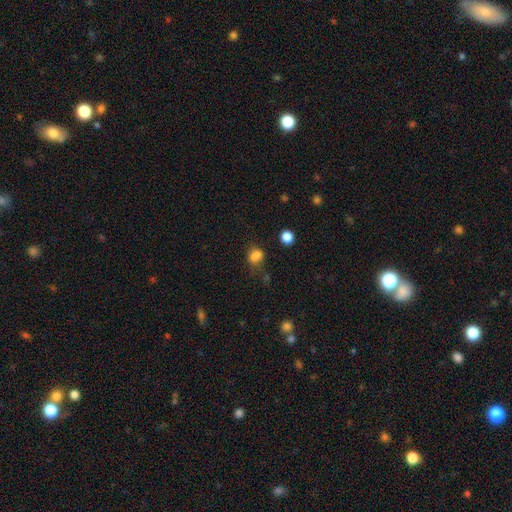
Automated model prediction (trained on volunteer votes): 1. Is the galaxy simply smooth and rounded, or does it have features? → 77% smooth, 15% star or artifact, 8% featured or disk.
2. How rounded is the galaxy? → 51% in between, 48% round, 2% cigar-shaped.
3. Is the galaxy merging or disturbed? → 52% none, 22% minor disturbance, 16% merger, 10% major disturbance.